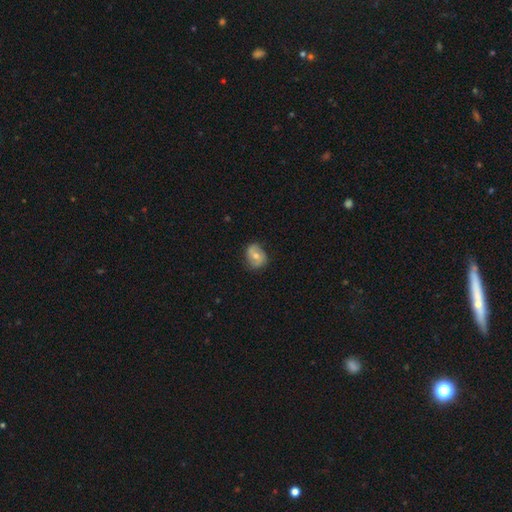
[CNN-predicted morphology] Q: Smooth or featured?
A: featured or disk (47%); runner-up: smooth (45%)
Q: Merging?
A: none (69%); runner-up: minor disturbance (24%)